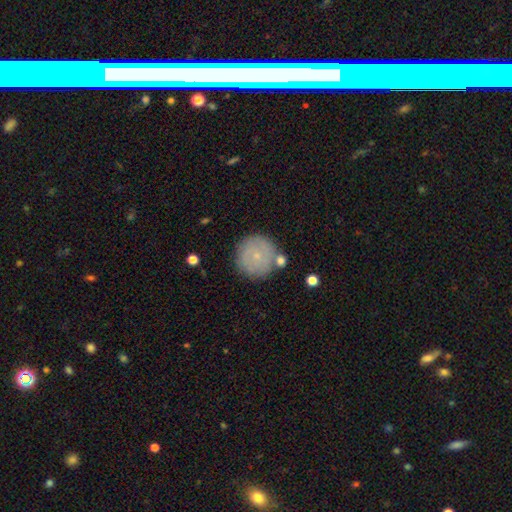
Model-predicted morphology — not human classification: Smooth or featured: smooth — 56% (featured or disk — 36%)
How rounded: round — 95% (in between — 4%)
Merging: none — 79% (minor disturbance — 12%)